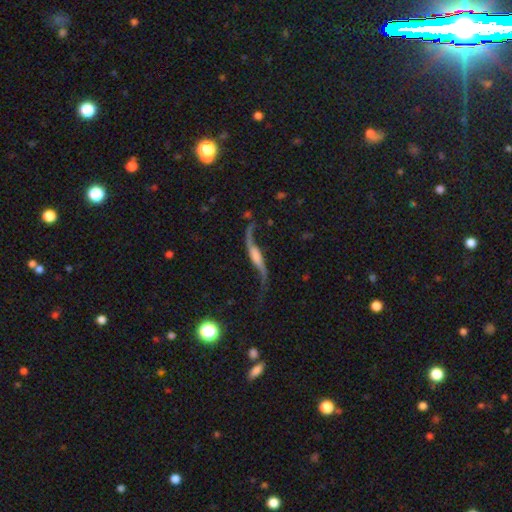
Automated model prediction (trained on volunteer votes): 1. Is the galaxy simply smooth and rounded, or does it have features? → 85% featured or disk, 8% smooth, 8% star or artifact.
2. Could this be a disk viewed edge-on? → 75% no, 25% yes.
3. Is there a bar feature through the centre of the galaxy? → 41% no, 34% weak, 25% strong.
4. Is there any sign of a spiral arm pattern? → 95% yes, 5% no.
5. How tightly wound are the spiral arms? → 94% loose, 4% medium, 2% tight.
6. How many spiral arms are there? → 93% 2, 3% 1, 2% can't tell, 1% 3, 1% 4, 1% more than 4.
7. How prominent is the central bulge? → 33% none, 26% small, 23% moderate, 13% large, 6% dominant.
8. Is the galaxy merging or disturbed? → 67% none, 16% minor disturbance, 12% major disturbance, 5% merger.